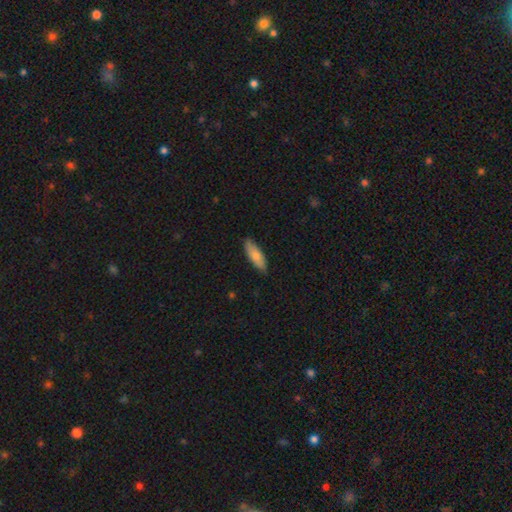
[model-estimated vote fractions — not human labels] This appears to be a smooth galaxy with no disk features (79%) that is in between round and cigar-shaped (61%). Merging: none (81%).